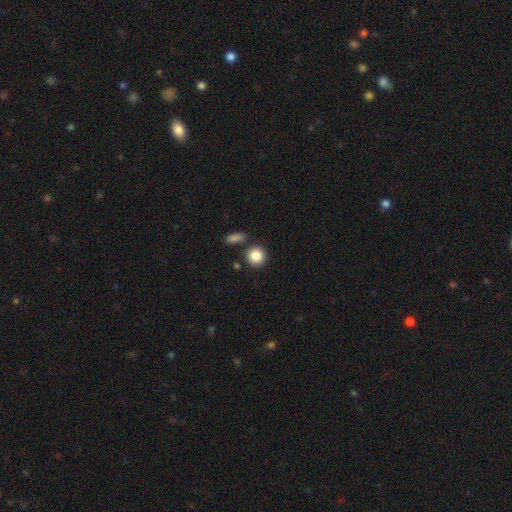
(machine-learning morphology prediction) A smooth galaxy with no disk features (86%) that is round (90%).

Vote fractions:
- Smooth or featured? smooth: 86% / star or artifact: 9% / featured or disk: 5%
- How rounded? round: 90% / in between: 8% / cigar-shaped: 1%
- Merging? none: 82% / minor disturbance: 8% / merger: 7% / major disturbance: 3%